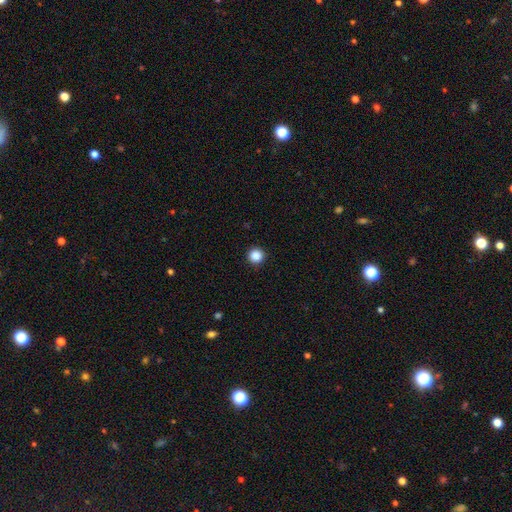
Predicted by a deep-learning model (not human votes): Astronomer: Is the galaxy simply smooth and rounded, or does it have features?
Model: smooth — 87%.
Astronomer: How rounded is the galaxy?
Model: round — 96%.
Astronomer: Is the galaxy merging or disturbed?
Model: none — 93%.